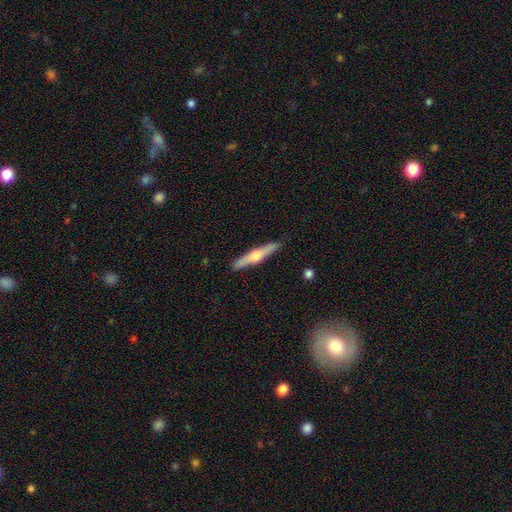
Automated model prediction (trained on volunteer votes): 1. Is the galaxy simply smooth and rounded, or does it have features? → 59% featured or disk, 36% smooth, 5% star or artifact.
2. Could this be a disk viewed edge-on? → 96% yes, 4% no.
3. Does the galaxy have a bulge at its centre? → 91% rounded, 5% none, 5% boxy.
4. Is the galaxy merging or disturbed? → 90% none, 7% minor disturbance, 2% major disturbance, 1% merger.